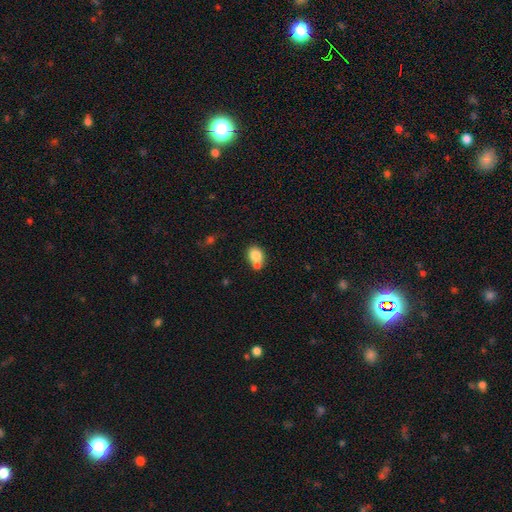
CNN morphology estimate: Overall: smooth (80%). How rounded: round (56%; in between 43%). Merging: none (44%; merger 41%).